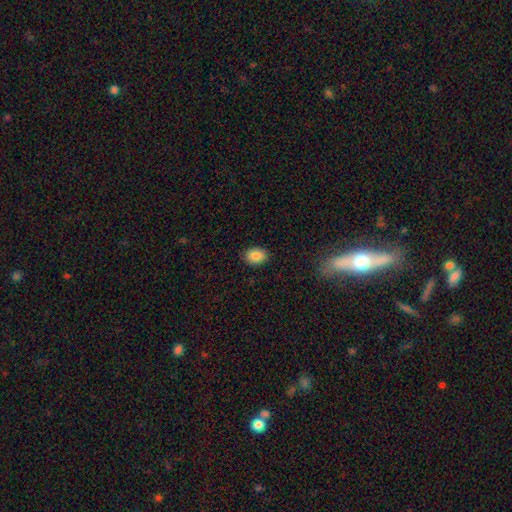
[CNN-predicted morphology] Smooth or featured?
  - smooth: 87% *
  - star or artifact: 8%
  - featured or disk: 5%
How rounded?
  - in between: 77% *
  - round: 22%
  - cigar-shaped: 1%
Merging?
  - none: 88% *
  - minor disturbance: 8%
  - major disturbance: 2%
  - merger: 1%